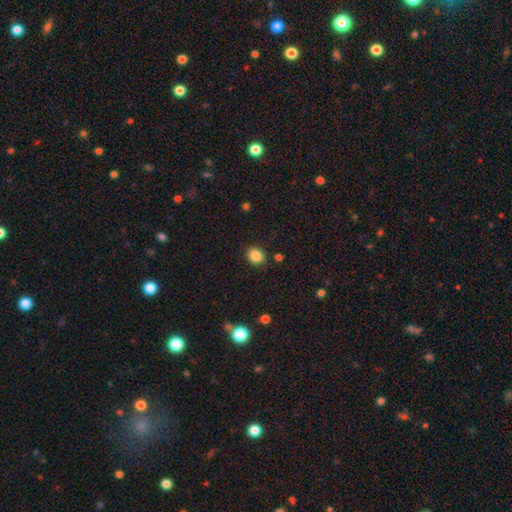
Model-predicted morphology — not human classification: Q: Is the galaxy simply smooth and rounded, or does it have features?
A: smooth — 85%.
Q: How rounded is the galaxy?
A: round — 68%.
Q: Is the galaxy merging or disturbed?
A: none — 87%.